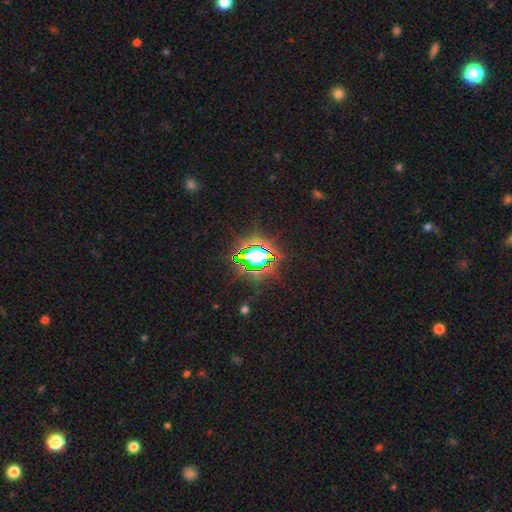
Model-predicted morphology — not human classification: Overall: star or artifact (76%).